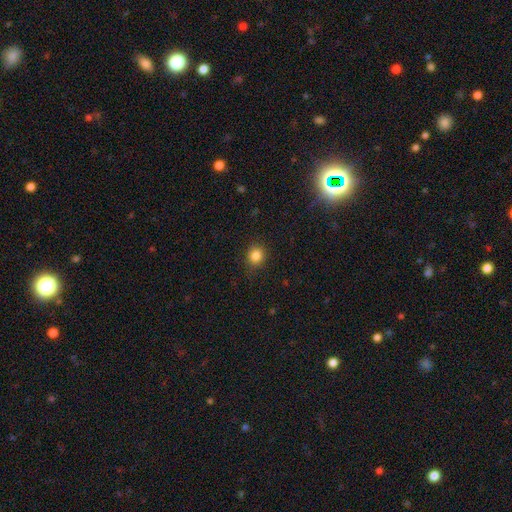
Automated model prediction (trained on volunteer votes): smooth 84%, star or artifact 11%, featured or disk 5%. Down the decision tree: how rounded — round (80%); merging — none (87%).